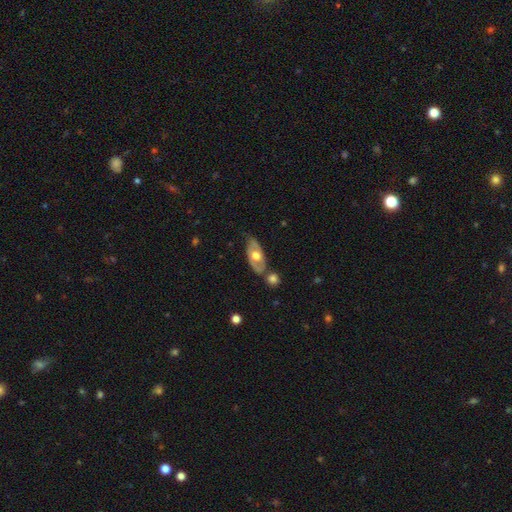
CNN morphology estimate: The model was most divided on "smooth or featured": featured or disk: 57%, smooth: 38%, star or artifact: 5%. More confident: edge-on disk — no (80%); merging — none (61%).